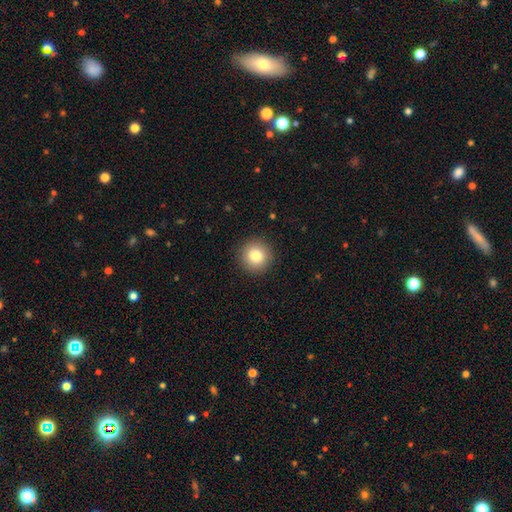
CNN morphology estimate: Q: Smooth or featured?
A: smooth (82%); runner-up: star or artifact (10%)
Q: How rounded?
A: round (95%); runner-up: in between (4%)
Q: Merging?
A: none (92%); runner-up: minor disturbance (5%)